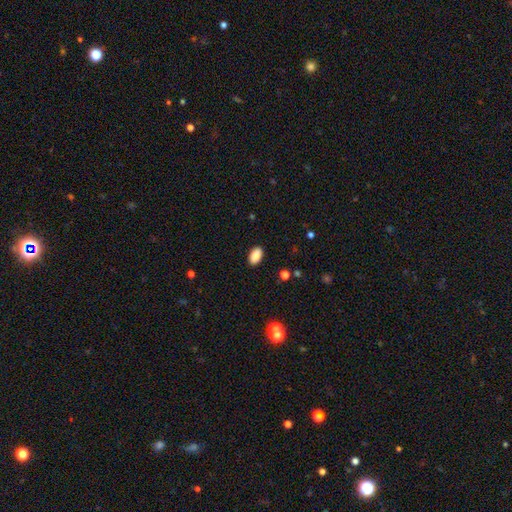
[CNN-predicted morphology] Smooth or featured? Predicted: smooth (p=0.87). How rounded? Predicted: in between (p=0.93). Merging? Predicted: none (p=0.90).